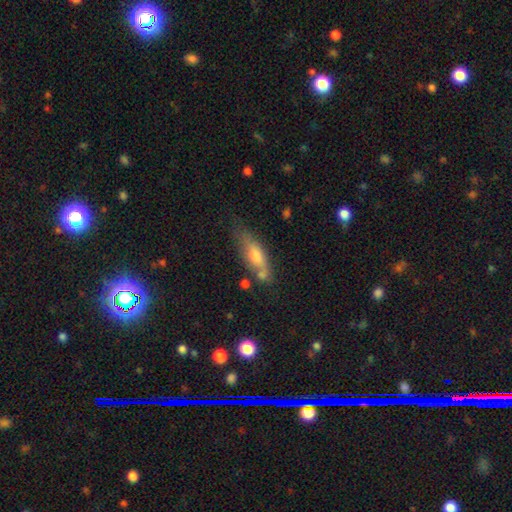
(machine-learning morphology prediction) smooth_or_featured: smooth (p=0.63) [alt: featured or disk p=0.30]
how_rounded: in between (p=0.51) [alt: cigar-shaped p=0.46]
merging: none (p=0.55) [alt: minor disturbance p=0.26]